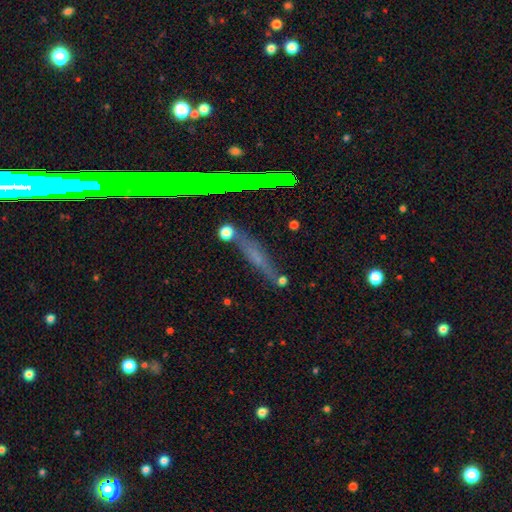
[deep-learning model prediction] Smooth or featured? Predicted: featured or disk (p=0.40). Merging? Predicted: none (p=0.80).